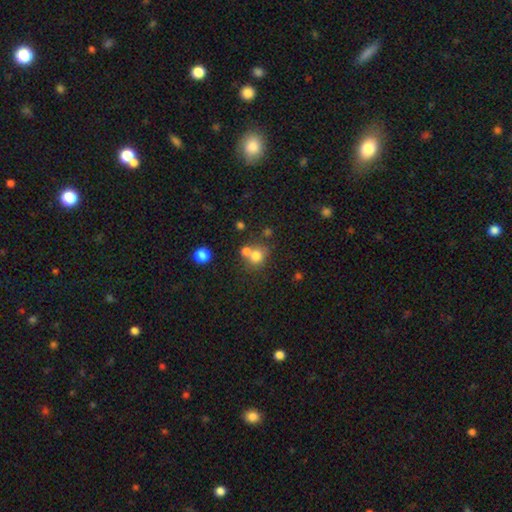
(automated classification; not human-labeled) Overall: smooth (75%). How rounded: round (80%). Merging: none (47%; merger 40%).